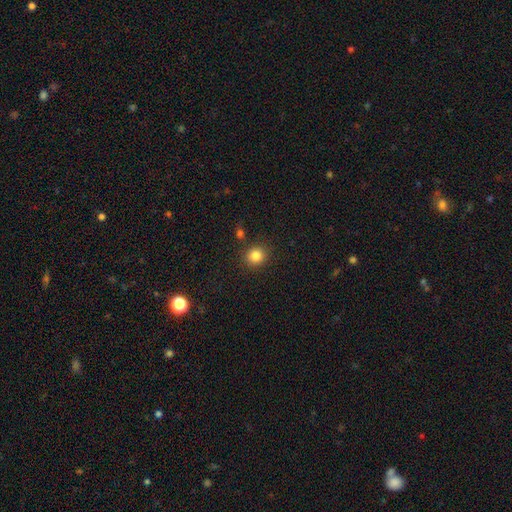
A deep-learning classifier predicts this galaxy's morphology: Smooth or featured? smooth (84%)
How rounded? round (86%)
Merging? none (85%)